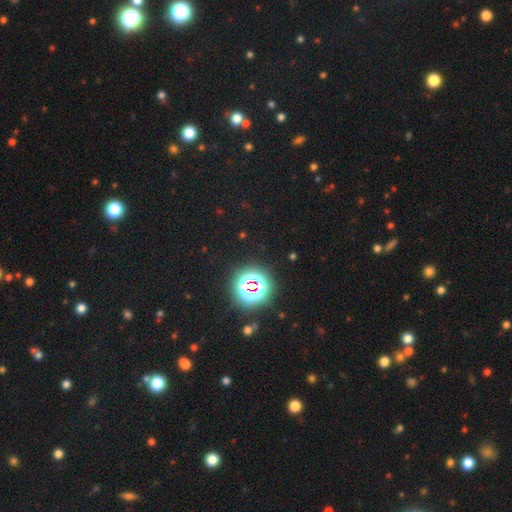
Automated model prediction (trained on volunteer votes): Q: Smooth or featured?
A: star or artifact (80%); runner-up: smooth (13%)